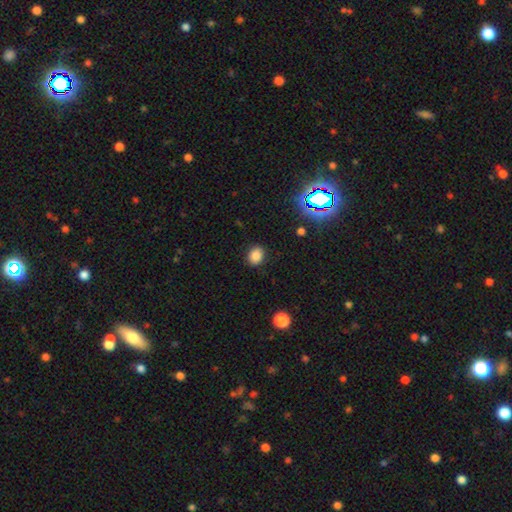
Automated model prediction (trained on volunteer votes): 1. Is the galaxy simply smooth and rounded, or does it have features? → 84% smooth, 12% star or artifact, 5% featured or disk.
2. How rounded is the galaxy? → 51% round, 48% in between, 1% cigar-shaped.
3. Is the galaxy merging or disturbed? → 88% none, 8% minor disturbance, 2% major disturbance, 1% merger.